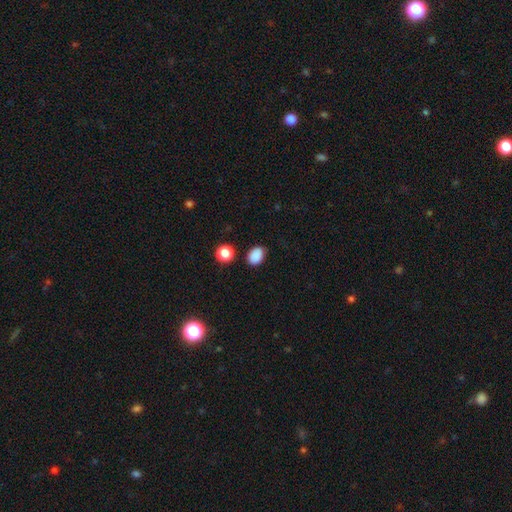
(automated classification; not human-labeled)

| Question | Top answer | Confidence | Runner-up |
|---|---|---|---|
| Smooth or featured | smooth | 87% | star or artifact (10%) |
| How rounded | in between | 69% | round (30%) |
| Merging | none | 80% | minor disturbance (14%) |